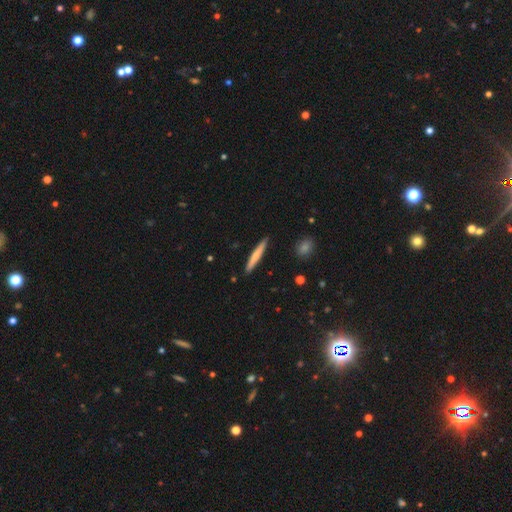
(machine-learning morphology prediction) type=smooth (66%); roundness=cigar-shaped (95%); merging=none (90%).